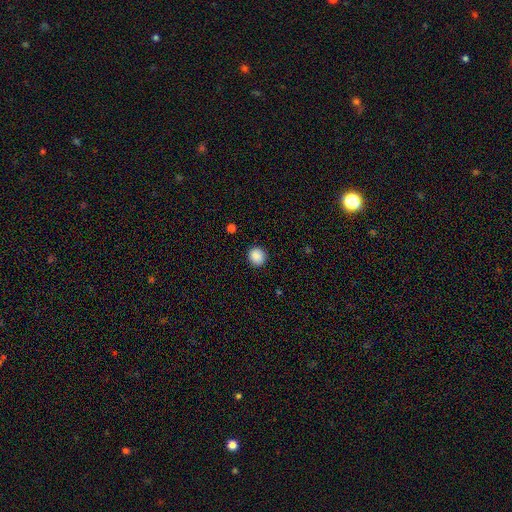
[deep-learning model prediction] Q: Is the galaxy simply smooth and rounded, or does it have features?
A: smooth — 88%.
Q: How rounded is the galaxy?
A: round — 89%.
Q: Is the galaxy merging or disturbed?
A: none — 91%.